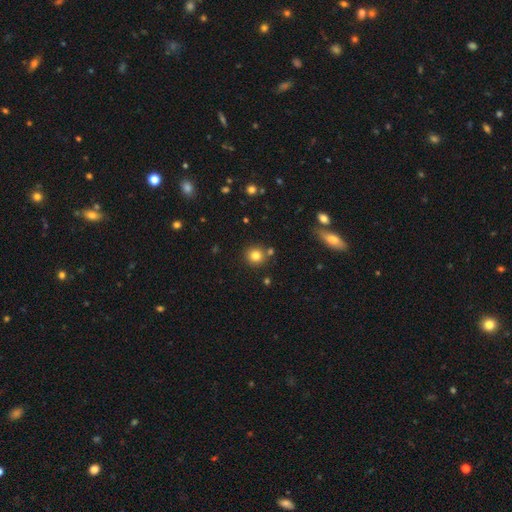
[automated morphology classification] Q: Smooth or featured?
A: smooth (81%); runner-up: star or artifact (12%)
Q: How rounded?
A: round (91%); runner-up: in between (8%)
Q: Merging?
A: none (82%); runner-up: merger (8%)